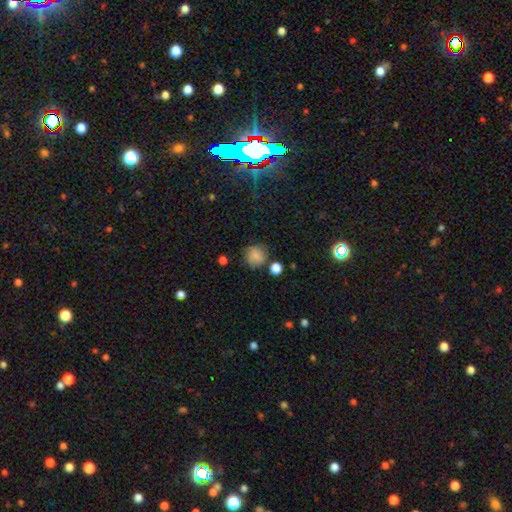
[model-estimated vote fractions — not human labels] smooth 76%, featured or disk 13%, star or artifact 11%. Down the decision tree: how rounded — round (87%); merging — none (70%).